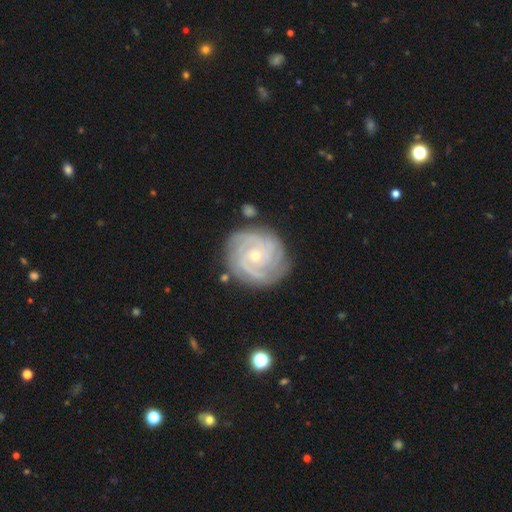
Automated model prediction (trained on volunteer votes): A featured or disk galaxy (90%) with no bar (71%), 3 (35%) tight (82%) spiral arms (98%) and a small central bulge (65%).

Vote fractions:
- Smooth or featured? featured or disk: 90% / smooth: 5% / star or artifact: 5%
- Edge-on disk? no: 98% / yes: 2%
- Bar? no: 71% / weak: 23% / strong: 6%
- Spiral arms? yes: 98% / no: 2%
- Spiral winding? tight: 82% / medium: 16% / loose: 2%
- Spiral arm count? 3: 35% / 2: 23% / 4: 17% / can't tell: 14% / more than 4: 6% / 1: 5%
- Bulge size? small: 65% / moderate: 32% / large: 1% / none: 1% / dominant: 1%
- Merging? none: 80% / minor disturbance: 14% / major disturbance: 4% / merger: 2%